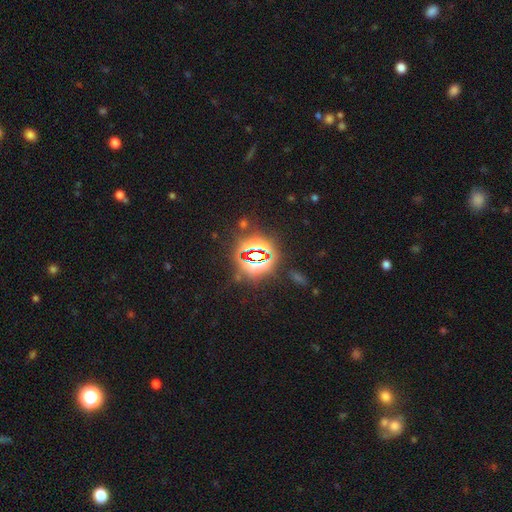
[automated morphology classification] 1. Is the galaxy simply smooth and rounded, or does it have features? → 79% star or artifact, 13% smooth, 8% featured or disk.